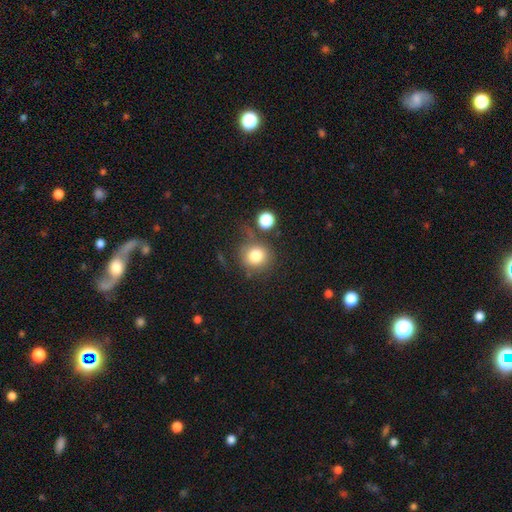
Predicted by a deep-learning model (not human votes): smooth_or_featured: smooth (p=0.81) [alt: star or artifact p=0.11]
how_rounded: round (p=0.86) [alt: in between p=0.13]
merging: none (p=0.66) [alt: minor disturbance p=0.15]